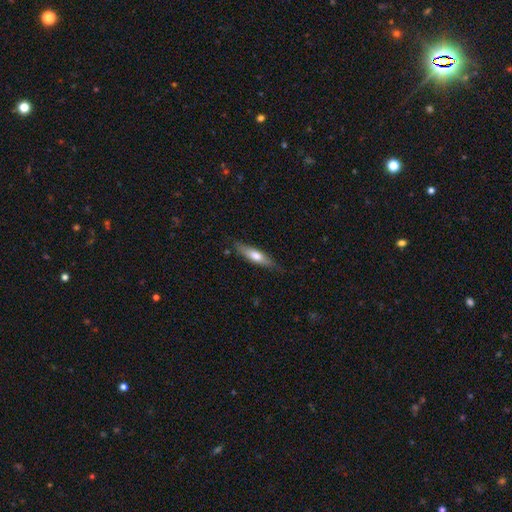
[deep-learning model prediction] Smooth or featured? smooth (59%)
How rounded? cigar-shaped (73%)
Merging? none (79%)